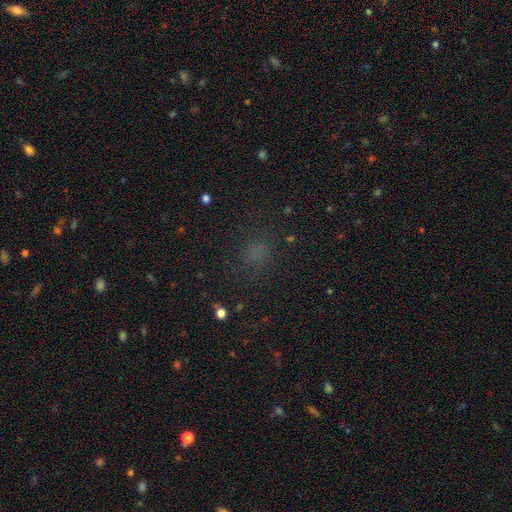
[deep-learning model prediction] smooth_or_featured: smooth (p=0.66) [alt: star or artifact p=0.26]
how_rounded: round (p=0.68) [alt: in between p=0.31]
merging: none (p=0.75) [alt: minor disturbance p=0.14]